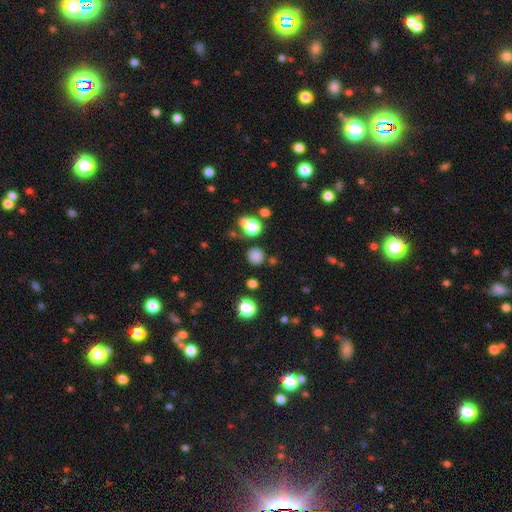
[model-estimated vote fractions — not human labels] A smooth galaxy with no disk features (77%) that is round (93%).

Vote fractions:
- Smooth or featured? smooth: 77% / star or artifact: 18% / featured or disk: 5%
- How rounded? round: 93% / in between: 6% / cigar-shaped: 1%
- Merging? none: 82% / minor disturbance: 10% / merger: 5% / major disturbance: 4%